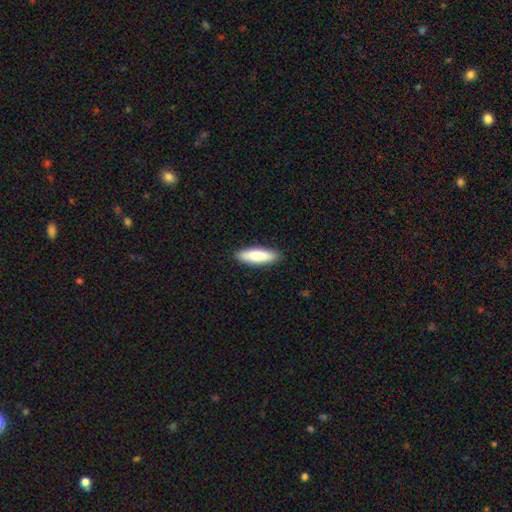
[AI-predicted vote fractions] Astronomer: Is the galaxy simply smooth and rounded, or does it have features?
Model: smooth — 78%.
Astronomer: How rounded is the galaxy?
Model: cigar-shaped — 56% (runner-up: in between, 42%).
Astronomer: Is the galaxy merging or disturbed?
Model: none — 90%.